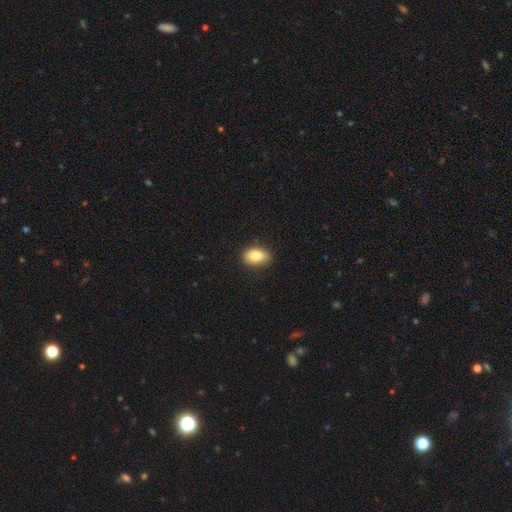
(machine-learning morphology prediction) smooth 83%, featured or disk 8%, star or artifact 8%. Down the decision tree: how rounded — in between (81%); merging — none (86%).